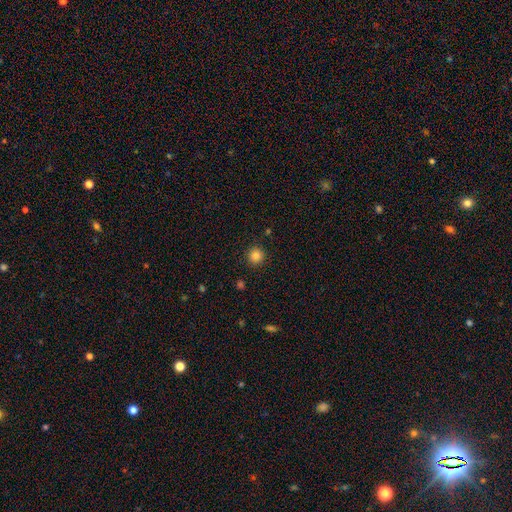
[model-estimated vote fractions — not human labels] smooth_or_featured: smooth (p=0.84) [alt: star or artifact p=0.12]
how_rounded: round (p=0.94) [alt: in between p=0.05]
merging: none (p=0.91) [alt: minor disturbance p=0.06]